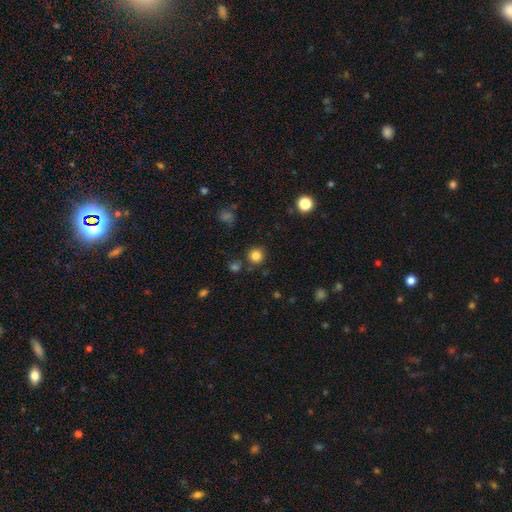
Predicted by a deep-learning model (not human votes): The model was most divided on "smooth or featured": smooth: 83%, star or artifact: 13%, featured or disk: 5%. More confident: how rounded — round (93%); merging — none (86%).